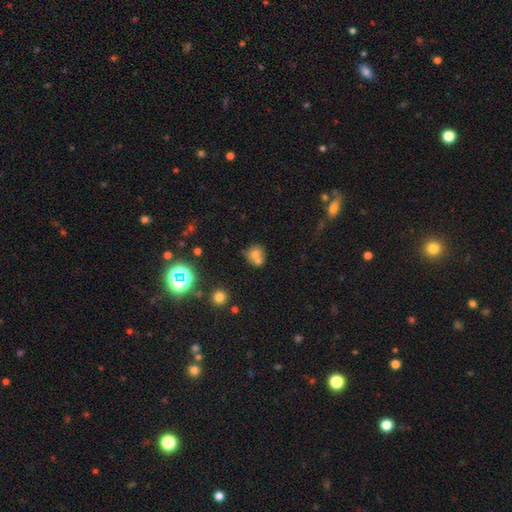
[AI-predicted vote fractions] Overall: smooth (65%). How rounded: round (75%). Merging: merger (51%; none 36%).